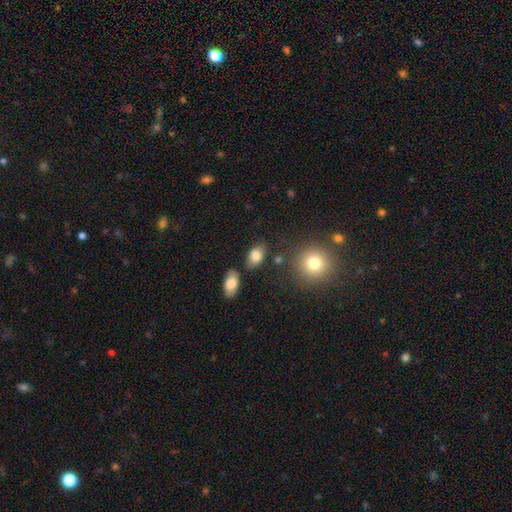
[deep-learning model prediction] Smooth or featured? Predicted: smooth (p=0.81). How rounded? Predicted: in between (p=0.88). Merging? Predicted: none (p=0.76).